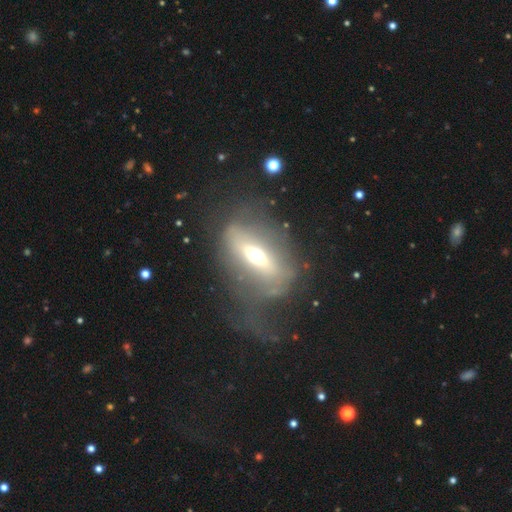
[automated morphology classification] This is possibly a featured or disk galaxy (55%). It is likely not viewed edge-on (68%). Merging: marginally major disturbance (40%).